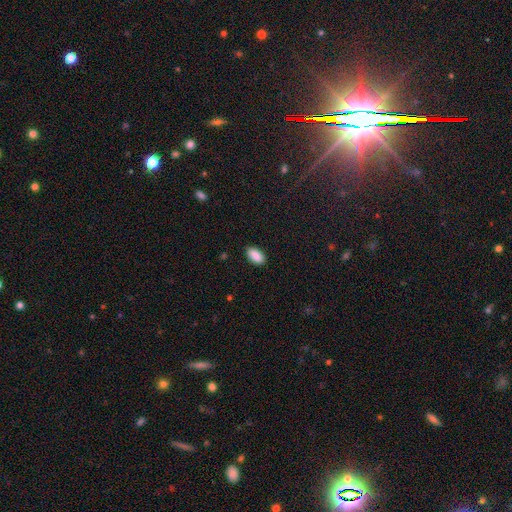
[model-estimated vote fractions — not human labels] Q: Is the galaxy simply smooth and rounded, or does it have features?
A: smooth — 89%.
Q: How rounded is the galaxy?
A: in between — 94%.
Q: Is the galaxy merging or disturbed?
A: none — 88%.